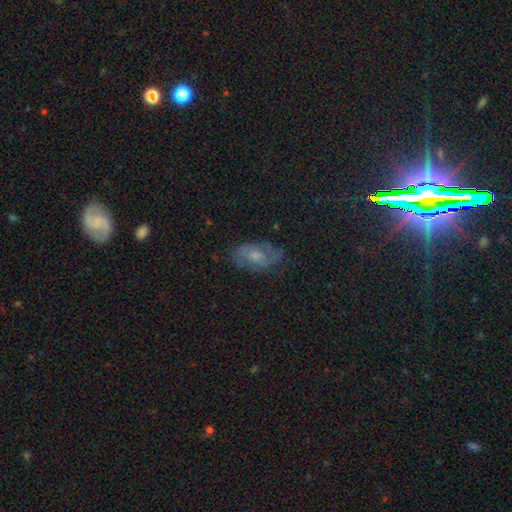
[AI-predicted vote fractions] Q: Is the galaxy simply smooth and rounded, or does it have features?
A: featured or disk — 56%.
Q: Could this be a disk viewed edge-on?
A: no — 94%.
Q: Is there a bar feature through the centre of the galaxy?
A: no — 57%.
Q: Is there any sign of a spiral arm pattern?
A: yes — 80%.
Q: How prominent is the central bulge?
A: moderate — 49%.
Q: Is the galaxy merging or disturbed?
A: none — 74%.